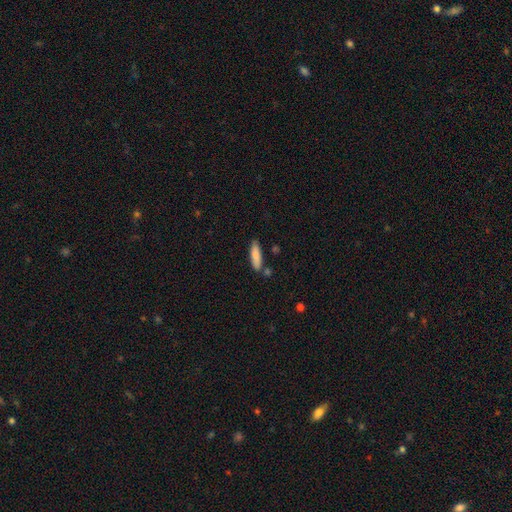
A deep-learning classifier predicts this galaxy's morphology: The model was most divided on "how rounded": cigar-shaped: 60%, in between: 39%, round: 2%. More confident: smooth or featured — smooth (83%); merging — none (79%).